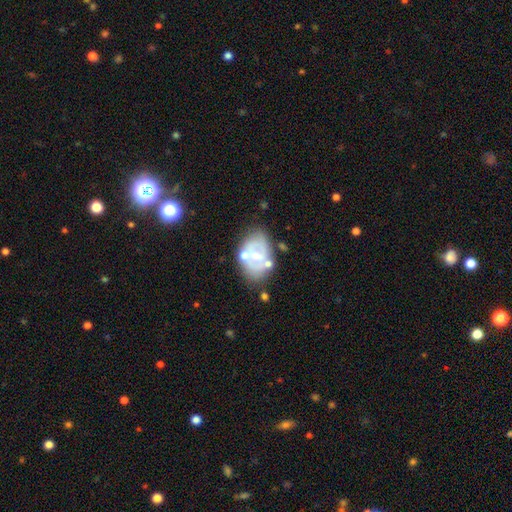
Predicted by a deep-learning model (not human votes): Overall: featured or disk (60%; smooth 31%). Edge-on disk: no (97%). Bar: no (52%; weak 34%). Spiral arms: no (63%; yes 37%). Bulge size: small (42%; none 27%). Merging: none (51%; minor disturbance 23%).